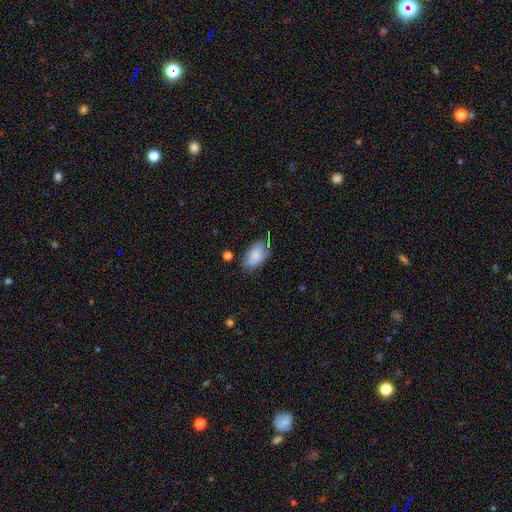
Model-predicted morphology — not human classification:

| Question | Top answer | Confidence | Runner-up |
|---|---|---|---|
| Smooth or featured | smooth | 74% | featured or disk (18%) |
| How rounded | in between | 93% | round (5%) |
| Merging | none | 63% | minor disturbance (27%) |